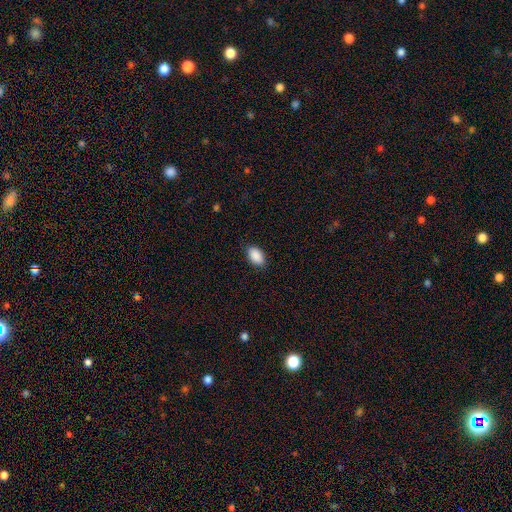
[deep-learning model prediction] Overall: smooth (90%). How rounded: in between (93%). Merging: none (87%).